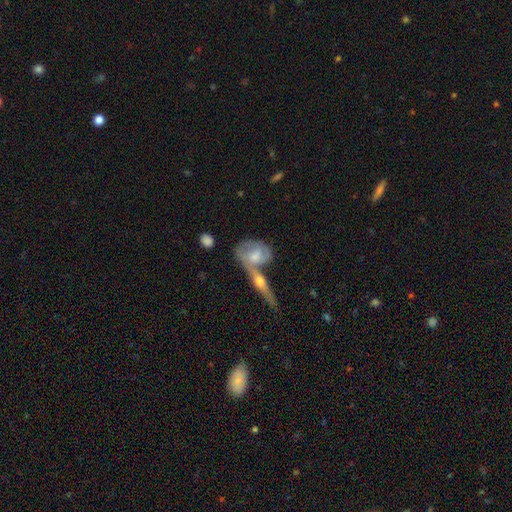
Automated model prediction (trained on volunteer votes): smooth-or-featured: featured or disk: 61% | smooth: 33% | star or artifact: 6%
  disk-edge-on: no: 81% | yes: 19%
  merging: merger: 52% | none: 28% | minor disturbance: 13% | major disturbance: 7%